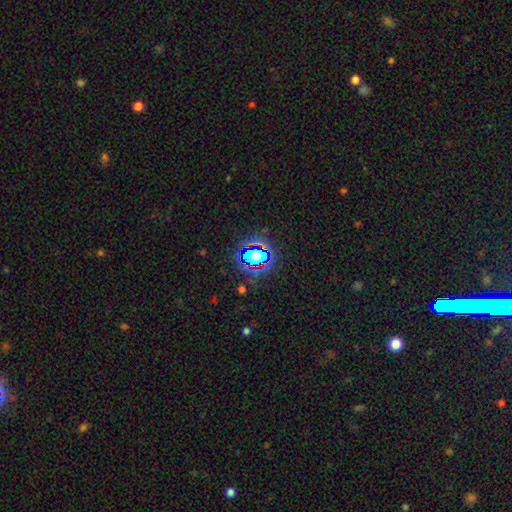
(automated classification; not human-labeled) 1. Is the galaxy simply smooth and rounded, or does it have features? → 56% star or artifact, 31% smooth, 13% featured or disk.